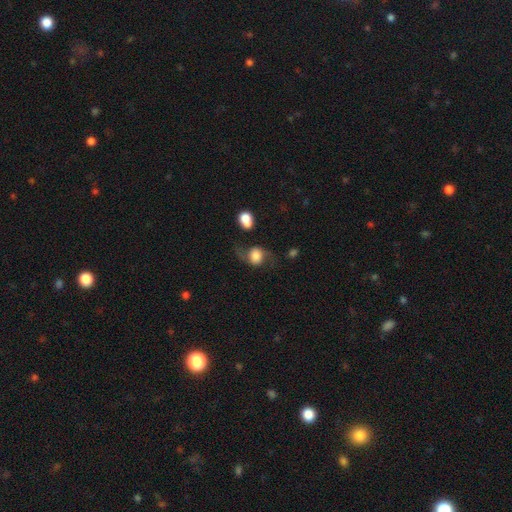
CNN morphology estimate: Smooth or featured? featured or disk (50%)
Edge-on disk? no (93%)
Merging? none (53%)